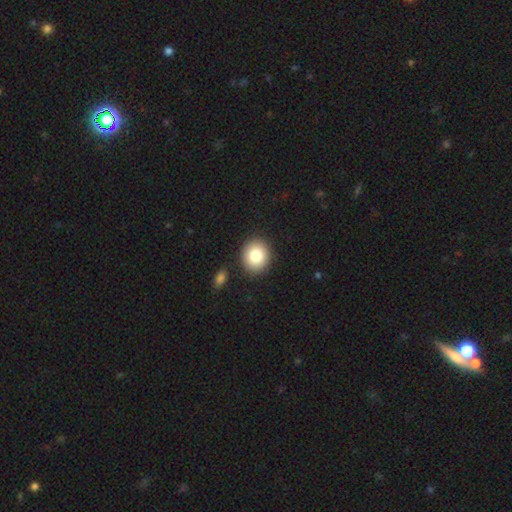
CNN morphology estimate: smooth_or_featured: smooth (p=0.83) [alt: star or artifact p=0.09]
how_rounded: round (p=0.77) [alt: in between p=0.22]
merging: none (p=0.88) [alt: minor disturbance p=0.07]